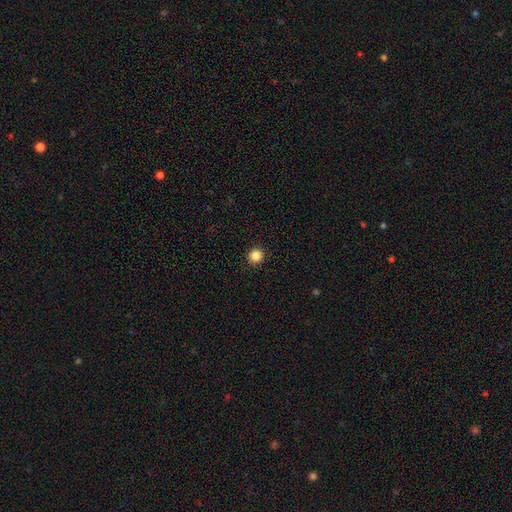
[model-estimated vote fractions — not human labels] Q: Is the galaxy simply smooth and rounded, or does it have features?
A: smooth — 86%.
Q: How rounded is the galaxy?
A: round — 94%.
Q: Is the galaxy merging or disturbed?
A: none — 93%.